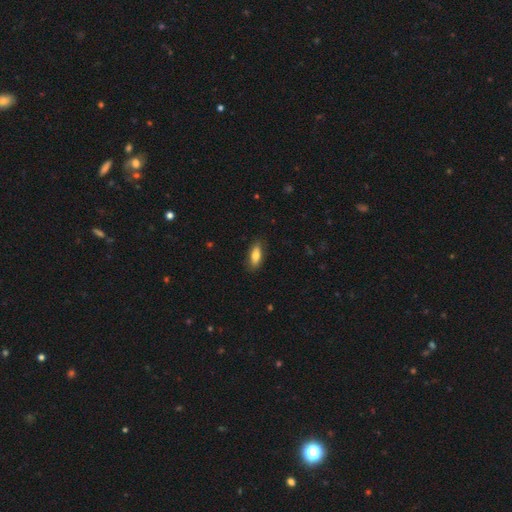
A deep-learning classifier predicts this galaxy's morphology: smooth_or_featured: smooth (p=0.76) [alt: featured or disk p=0.18]
how_rounded: in between (p=0.75) [alt: cigar-shaped p=0.23]
merging: none (p=0.83) [alt: minor disturbance p=0.13]